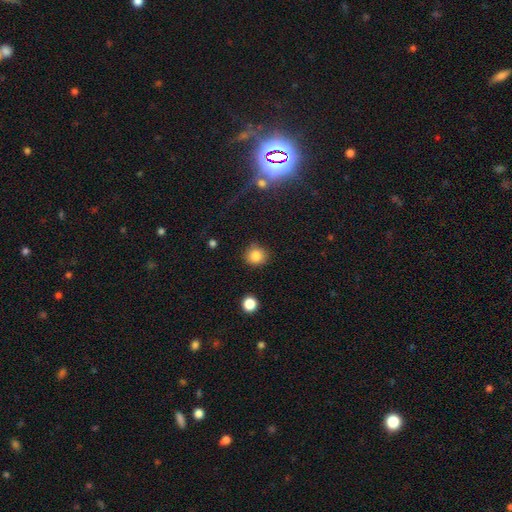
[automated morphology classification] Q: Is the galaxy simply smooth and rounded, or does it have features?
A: smooth — 85%.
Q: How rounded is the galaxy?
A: round — 88%.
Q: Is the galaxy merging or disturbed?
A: none — 85%.